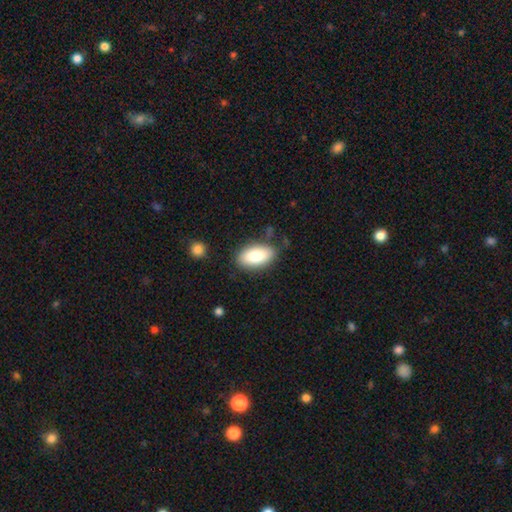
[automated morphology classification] smooth_or_featured: smooth (p=0.83) [alt: featured or disk p=0.10]
how_rounded: in between (p=0.93) [alt: cigar-shaped p=0.04]
merging: none (p=0.81) [alt: minor disturbance p=0.13]